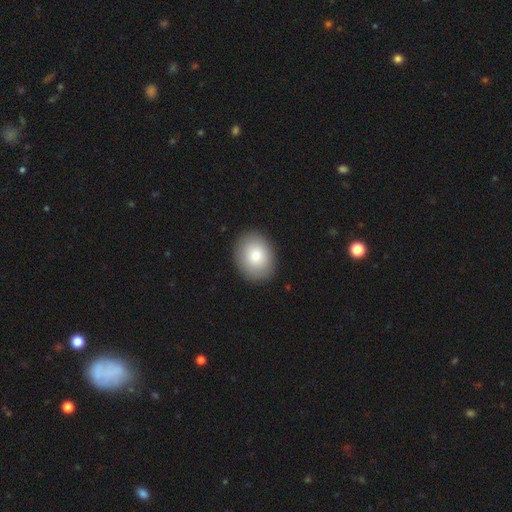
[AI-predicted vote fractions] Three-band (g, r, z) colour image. It shows a smooth galaxy with no disk features (82%) that is in between round and cigar-shaped (52%). Merging: none (89%).